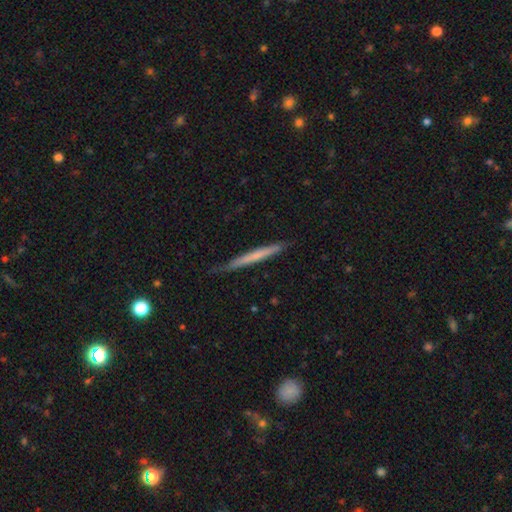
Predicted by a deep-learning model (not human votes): A smooth galaxy with no disk features (53%) that is cigar-shaped (97%). Merging: none (80%).